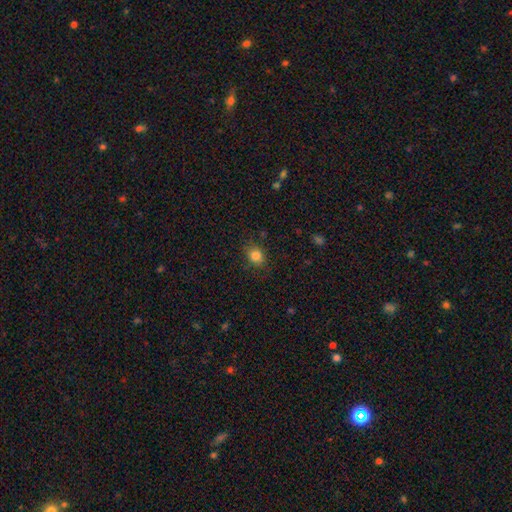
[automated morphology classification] A smooth galaxy with no disk features (83%) that is round (60%). Merging: none (81%).